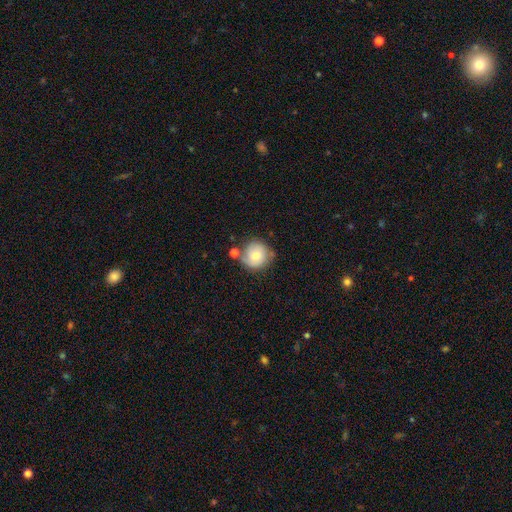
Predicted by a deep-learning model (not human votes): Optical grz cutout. It shows a smooth galaxy with no disk features (64%) that is round (91%). Merging: none (61%).